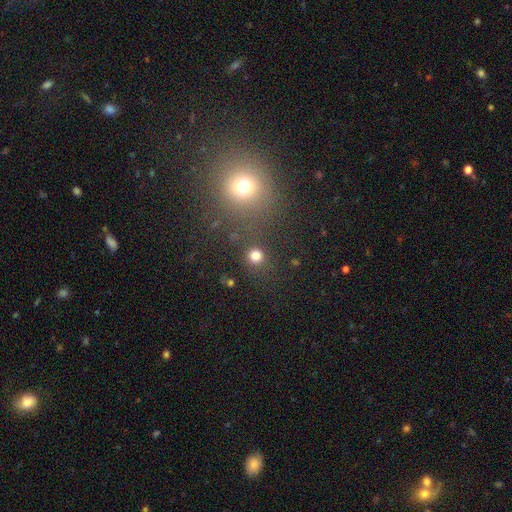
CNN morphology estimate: This appears to be a smooth galaxy with no disk features (79%) that is round (92%). Merging: none (85%).